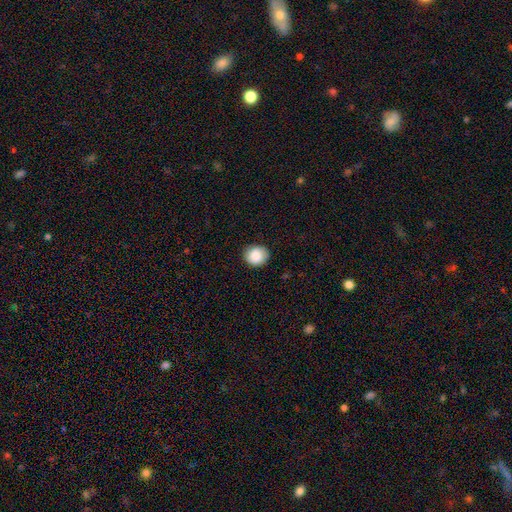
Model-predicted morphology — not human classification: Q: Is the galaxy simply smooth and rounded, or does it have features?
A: smooth — 87%.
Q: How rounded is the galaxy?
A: round — 81%.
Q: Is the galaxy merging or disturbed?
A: none — 86%.